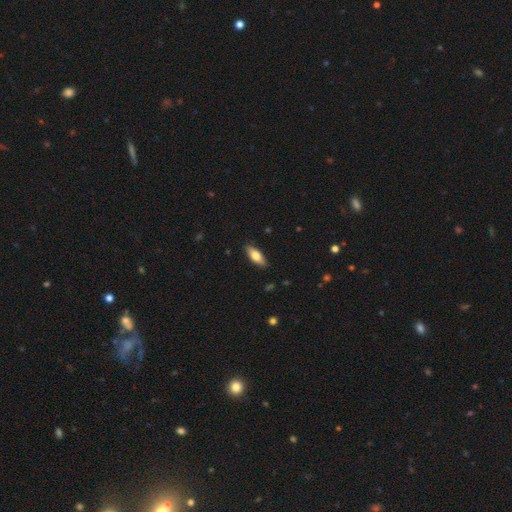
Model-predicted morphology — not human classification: Smooth or featured: smooth — 70% (featured or disk — 25%)
How rounded: in between — 68% (cigar-shaped — 29%)
Merging: none — 87% (minor disturbance — 10%)